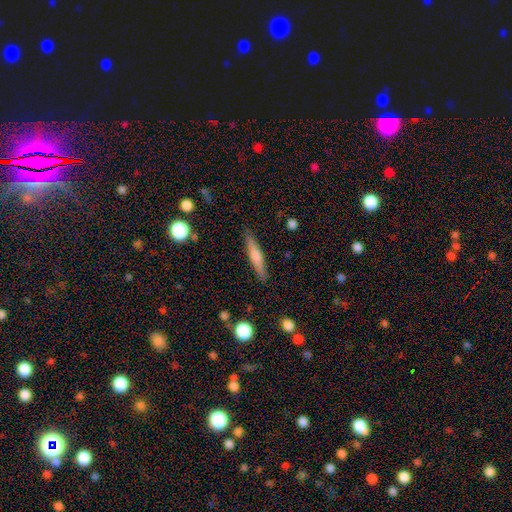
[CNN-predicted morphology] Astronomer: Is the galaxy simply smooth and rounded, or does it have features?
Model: smooth — 52% (runner-up: featured or disk, 42%).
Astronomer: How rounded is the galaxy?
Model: cigar-shaped — 89%.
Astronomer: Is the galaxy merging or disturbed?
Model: none — 88%.